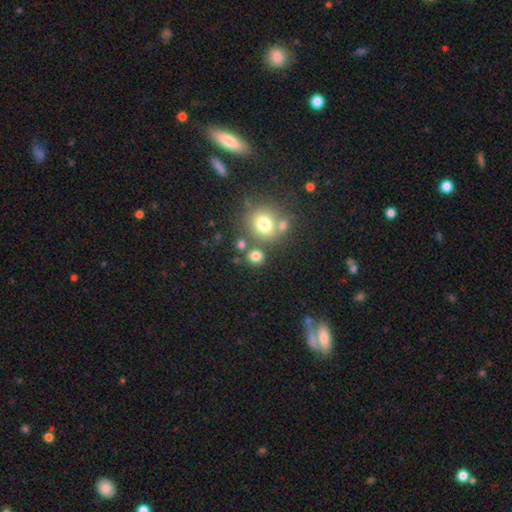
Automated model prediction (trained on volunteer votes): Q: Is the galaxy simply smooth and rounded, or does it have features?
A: smooth — 77%.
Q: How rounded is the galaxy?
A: round — 81%.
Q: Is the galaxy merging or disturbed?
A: none — 68%.